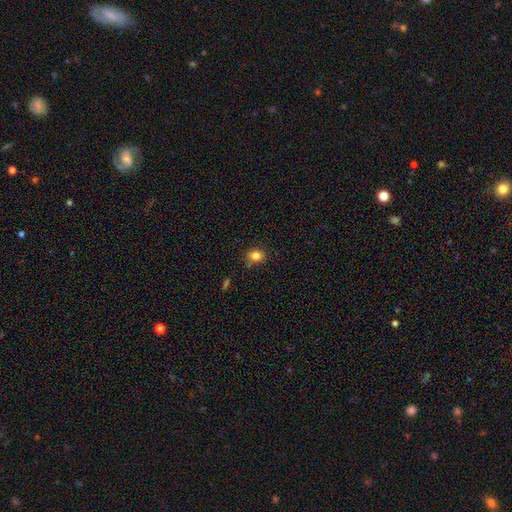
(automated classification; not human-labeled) smooth-or-featured: smooth: 82% | star or artifact: 12% | featured or disk: 6%
  how-rounded: round: 66% | in between: 33% | cigar-shaped: 1%
  merging: none: 80% | minor disturbance: 13% | merger: 5% | major disturbance: 3%